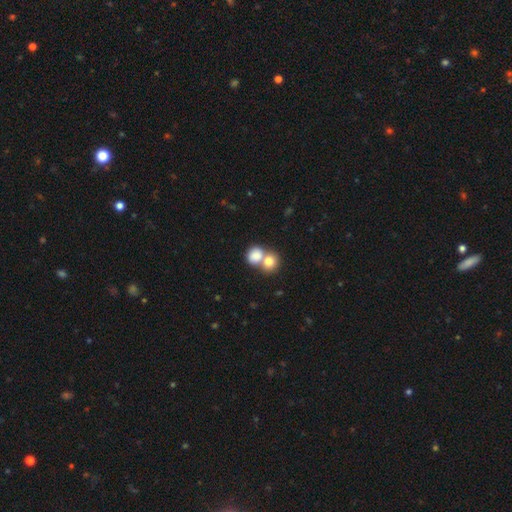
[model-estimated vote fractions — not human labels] smooth_or_featured: smooth (p=0.81) [alt: featured or disk p=0.11]
how_rounded: round (p=0.71) [alt: in between p=0.28]
merging: merger (p=0.61) [alt: none p=0.30]